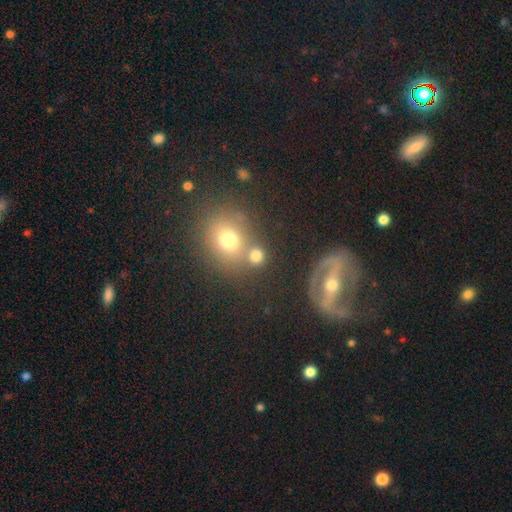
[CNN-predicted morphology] Smooth or featured: smooth — 75% (star or artifact — 15%)
How rounded: round — 81% (in between — 17%)
Merging: none — 60% (merger — 27%)